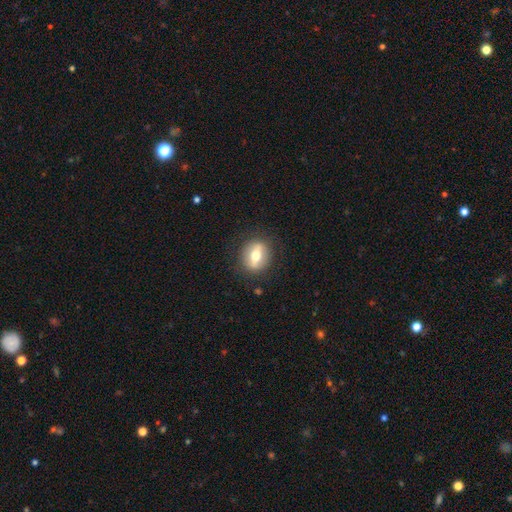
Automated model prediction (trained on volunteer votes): A featured or disk galaxy (46%, tied with smooth). Merging: none (85%).